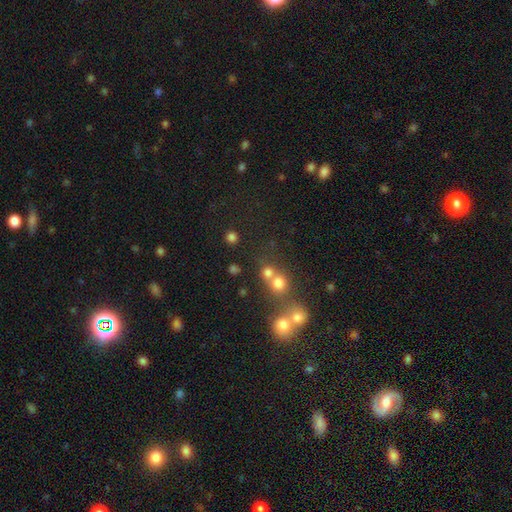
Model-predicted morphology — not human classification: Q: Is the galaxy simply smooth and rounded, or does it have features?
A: star or artifact — 46%.